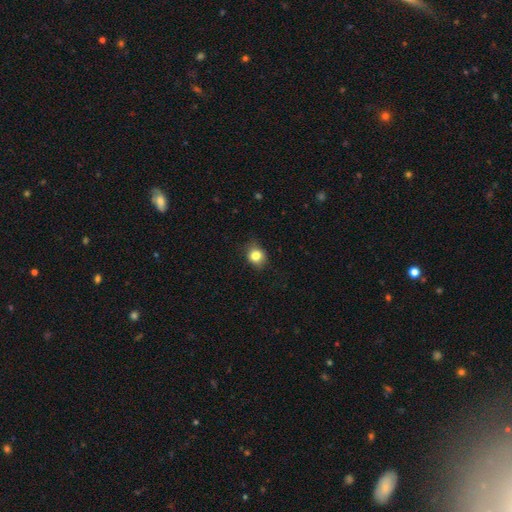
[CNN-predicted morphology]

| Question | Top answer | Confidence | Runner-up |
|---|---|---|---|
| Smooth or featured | smooth | 81% | star or artifact (11%) |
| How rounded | round | 66% | in between (33%) |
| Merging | none | 79% | minor disturbance (17%) |